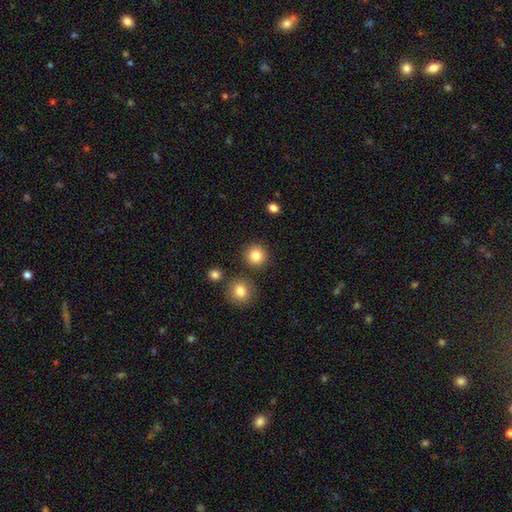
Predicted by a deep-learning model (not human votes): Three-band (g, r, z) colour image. It shows a smooth galaxy with no disk features (84%) that is round (93%). Merging: none (86%).